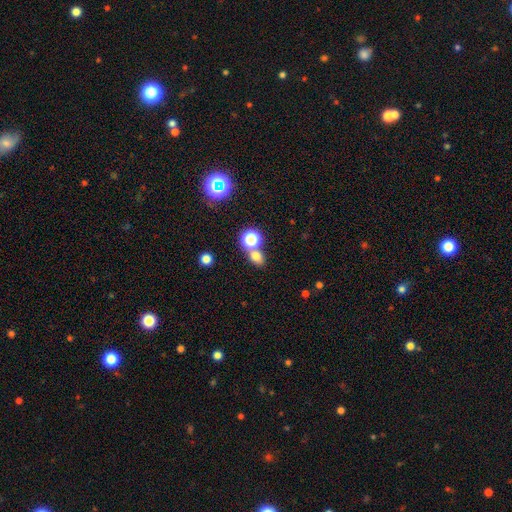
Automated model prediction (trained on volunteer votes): A smooth galaxy with no disk features (69%) that is round (53%). Merging: none (59%).